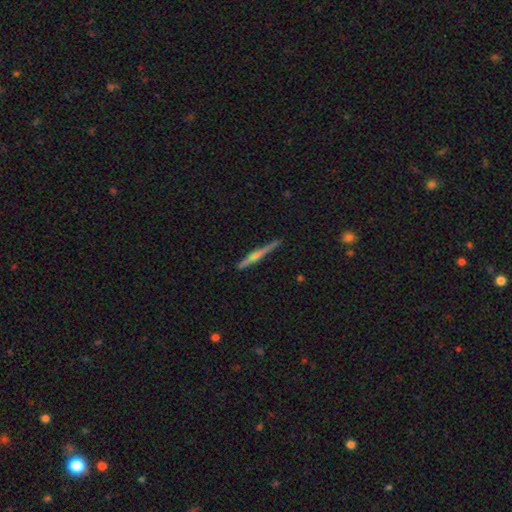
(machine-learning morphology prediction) smooth_or_featured: featured or disk (p=0.71) [alt: smooth p=0.23]
disk_edge_on: yes (p=0.98) [alt: no p=0.02]
edge_on_bulge: rounded (p=0.78) [alt: none p=0.13]
merging: none (p=0.89) [alt: minor disturbance p=0.08]